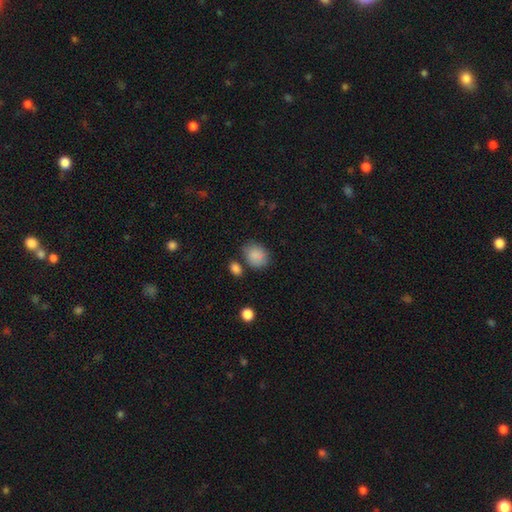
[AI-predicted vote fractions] smooth-or-featured: smooth: 86% | star or artifact: 8% | featured or disk: 6%
  how-rounded: in between: 54% | round: 45% | cigar-shaped: 1%
  merging: none: 67% | minor disturbance: 19% | merger: 9% | major disturbance: 5%